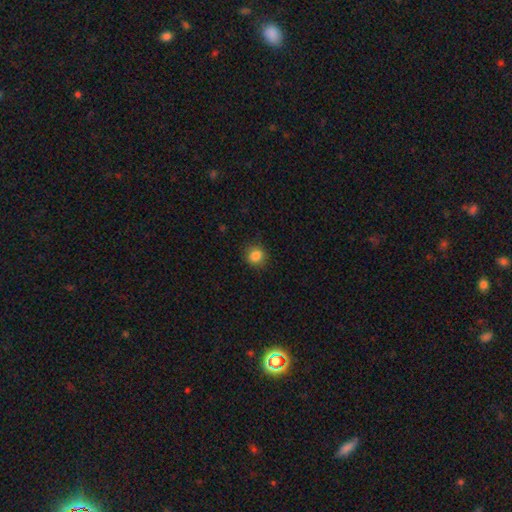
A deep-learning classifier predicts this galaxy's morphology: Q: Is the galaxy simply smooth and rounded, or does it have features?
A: smooth — 85%.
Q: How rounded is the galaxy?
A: round — 80%.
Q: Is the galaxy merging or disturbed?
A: none — 87%.